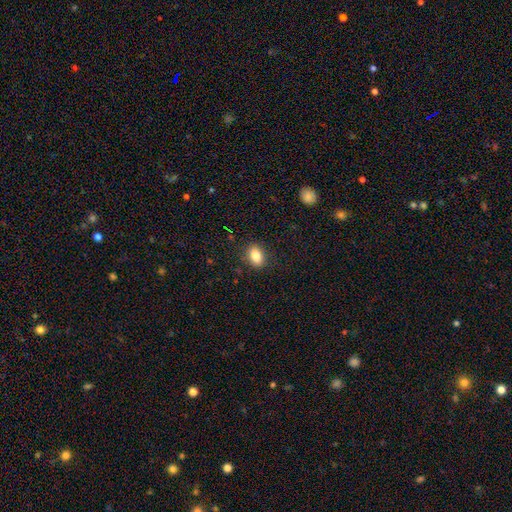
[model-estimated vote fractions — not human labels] smooth-or-featured: smooth: 84% | star or artifact: 9% | featured or disk: 7%
  how-rounded: in between: 82% | round: 16% | cigar-shaped: 2%
  merging: none: 87% | minor disturbance: 9% | major disturbance: 2% | merger: 1%